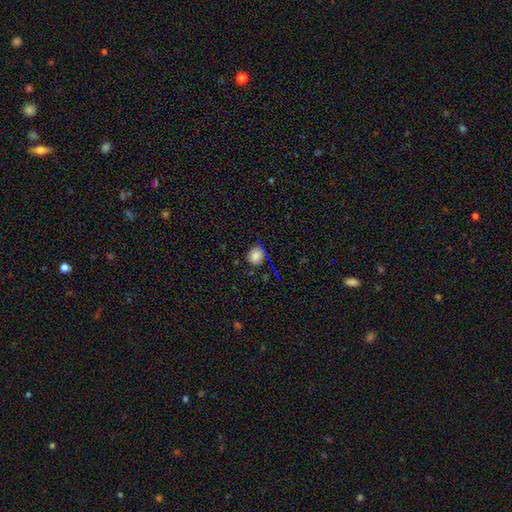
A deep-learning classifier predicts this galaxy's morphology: This appears to be a smooth galaxy with no disk features (77%) that is round (85%). Merging: none (83%).